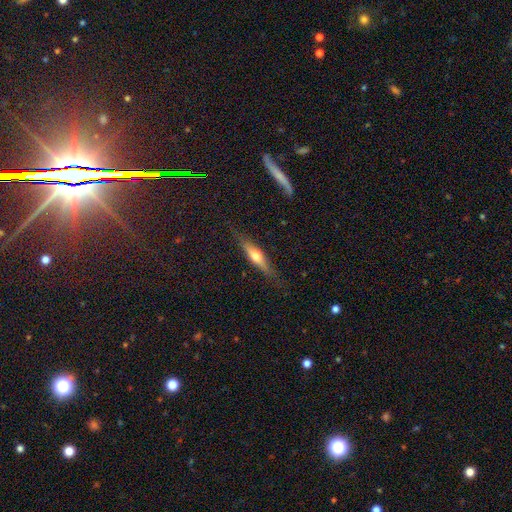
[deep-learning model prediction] Overall: featured or disk (54%; smooth 40%). Edge-on disk: yes (93%). Merging: none (82%).